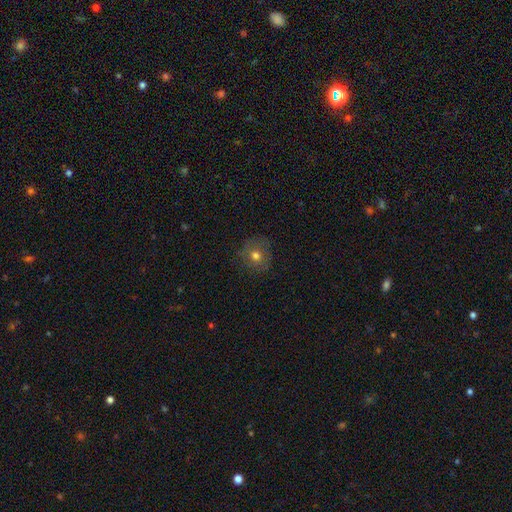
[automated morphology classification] Smooth or featured? smooth (68%)
How rounded? round (88%)
Merging? none (81%)